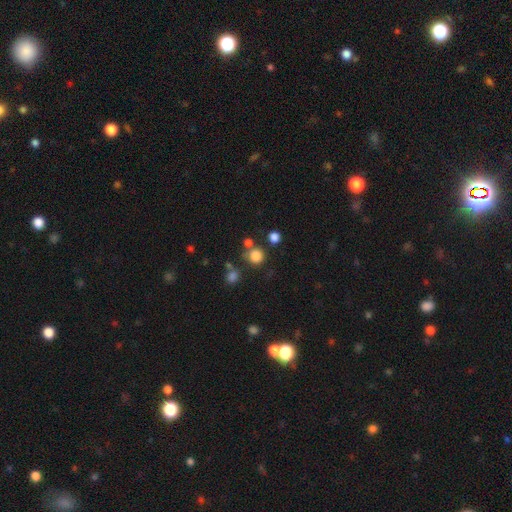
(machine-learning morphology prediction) smooth 80%, star or artifact 14%, featured or disk 5%. Down the decision tree: how rounded — round (92%); merging — none (73%).